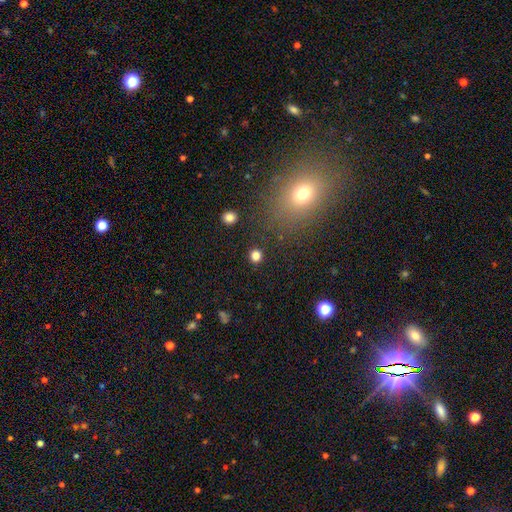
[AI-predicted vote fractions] smooth-or-featured: smooth: 81% | star or artifact: 15% | featured or disk: 4%
  how-rounded: round: 91% | in between: 8% | cigar-shaped: 1%
  merging: none: 90% | minor disturbance: 5% | major disturbance: 2% | merger: 2%